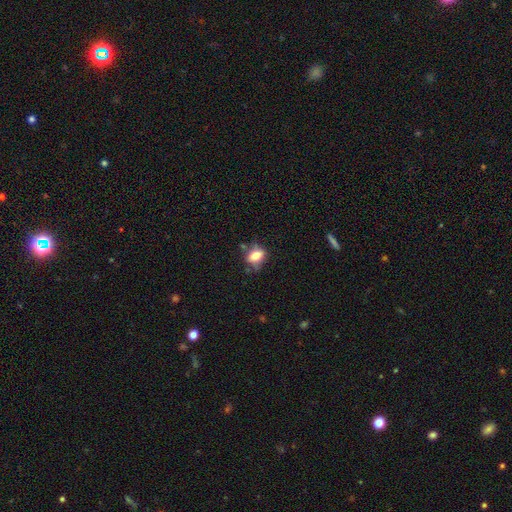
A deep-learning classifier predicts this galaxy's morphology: This is likely a smooth galaxy (63%). How rounded: likely in between (67%). Merging: likely none (67%).